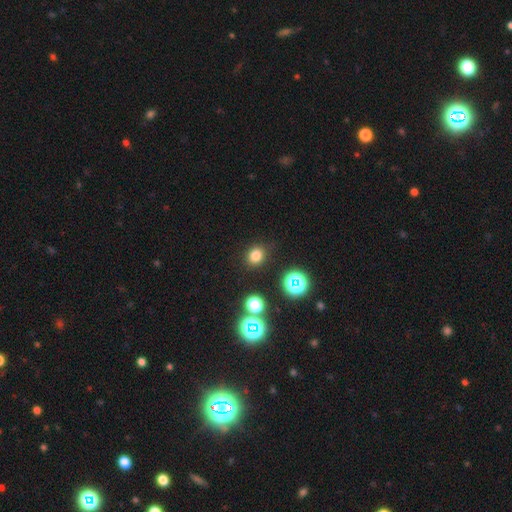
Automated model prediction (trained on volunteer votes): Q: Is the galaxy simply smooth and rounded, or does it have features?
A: smooth — 77%.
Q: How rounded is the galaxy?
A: round — 71%.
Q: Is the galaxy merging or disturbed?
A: none — 87%.